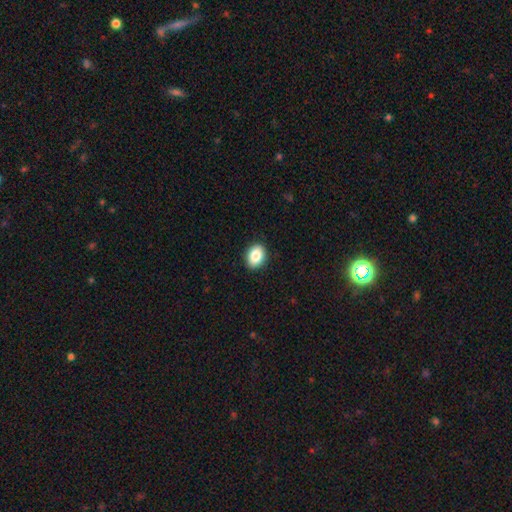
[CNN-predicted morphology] Smooth or featured? smooth (86%)
How rounded? in between (70%)
Merging? none (91%)